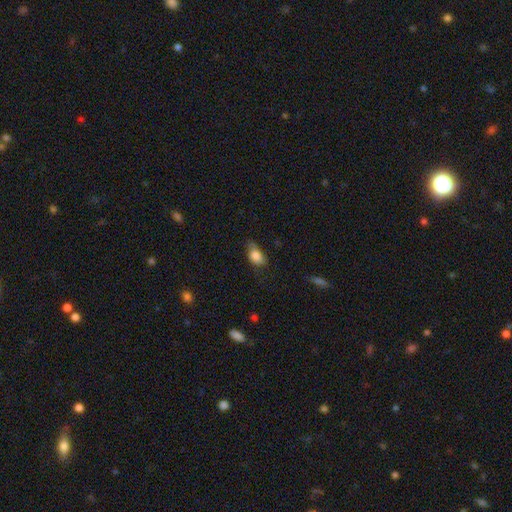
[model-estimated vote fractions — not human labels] smooth 83%, featured or disk 10%, star or artifact 8%. Down the decision tree: how rounded — in between (85%); merging — none (47%).